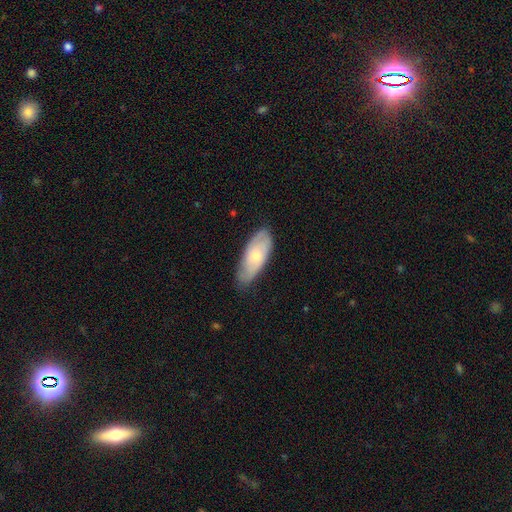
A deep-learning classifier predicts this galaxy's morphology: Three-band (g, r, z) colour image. It shows a smooth galaxy with no disk features (52%) that is in between round and cigar-shaped (81%). Merging: none (73%).